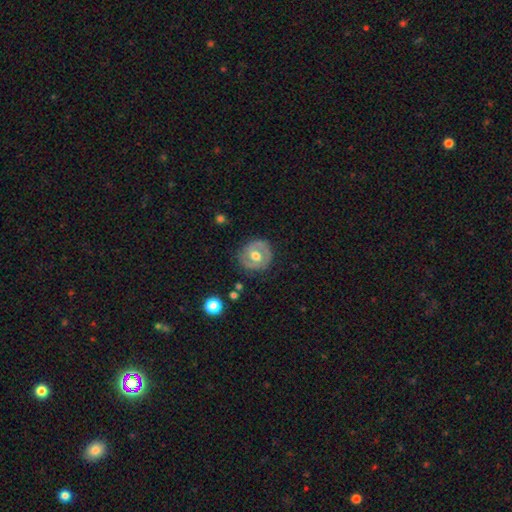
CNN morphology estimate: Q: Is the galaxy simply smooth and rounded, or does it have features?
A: featured or disk — 54%.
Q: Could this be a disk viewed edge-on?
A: no — 96%.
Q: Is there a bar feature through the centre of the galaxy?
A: no — 53%.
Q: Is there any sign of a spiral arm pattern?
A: no — 55%.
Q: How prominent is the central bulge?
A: moderate — 73%.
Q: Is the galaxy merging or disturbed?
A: none — 81%.